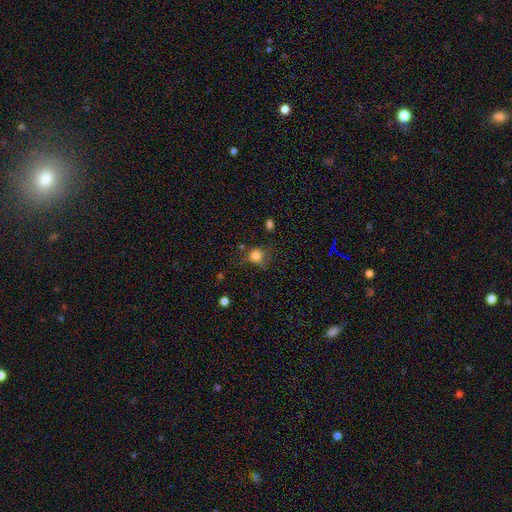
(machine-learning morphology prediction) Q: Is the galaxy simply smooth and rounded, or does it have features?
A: smooth — 82%.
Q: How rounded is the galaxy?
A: round — 84%.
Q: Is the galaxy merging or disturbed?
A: none — 64%.